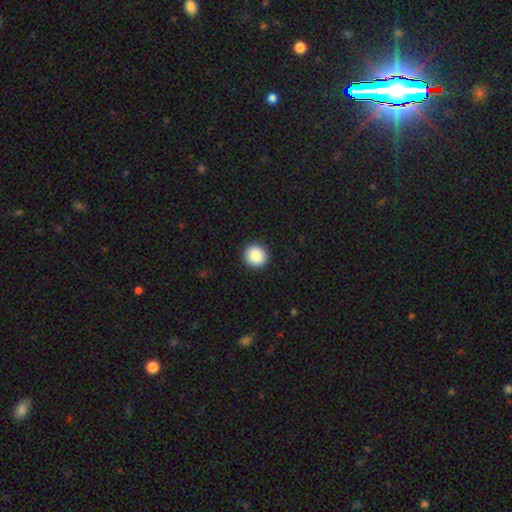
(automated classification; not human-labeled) smooth_or_featured: smooth (p=0.88) [alt: star or artifact p=0.08]
how_rounded: round (p=0.93) [alt: in between p=0.06]
merging: none (p=0.93) [alt: minor disturbance p=0.05]